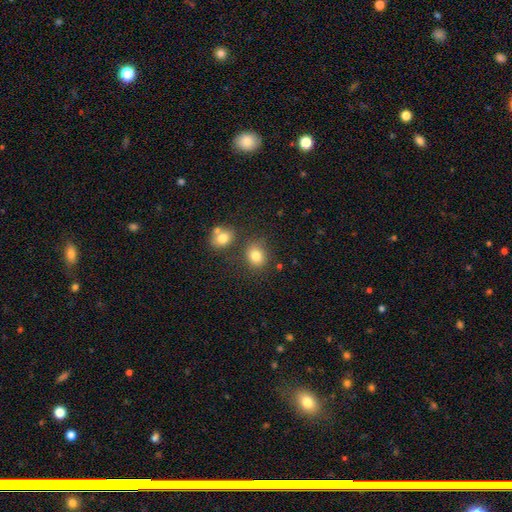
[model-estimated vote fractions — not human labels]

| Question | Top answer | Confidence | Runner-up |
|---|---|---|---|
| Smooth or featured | smooth | 80% | star or artifact (12%) |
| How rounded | round | 63% | in between (36%) |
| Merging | none | 72% | minor disturbance (13%) |